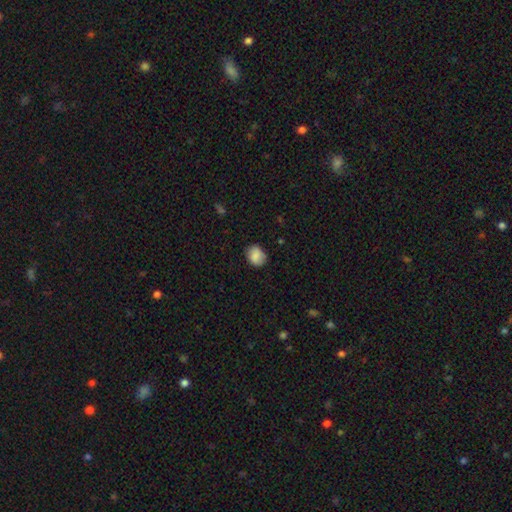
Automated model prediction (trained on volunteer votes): A smooth galaxy with no disk features (85%) that is round (57%). Merging: none (81%).